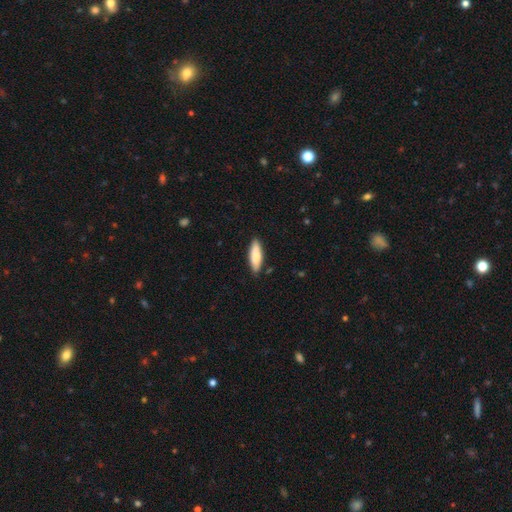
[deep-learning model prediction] This is clearly a smooth galaxy (81%). How rounded: possibly cigar-shaped (53%). Merging: clearly none (87%).